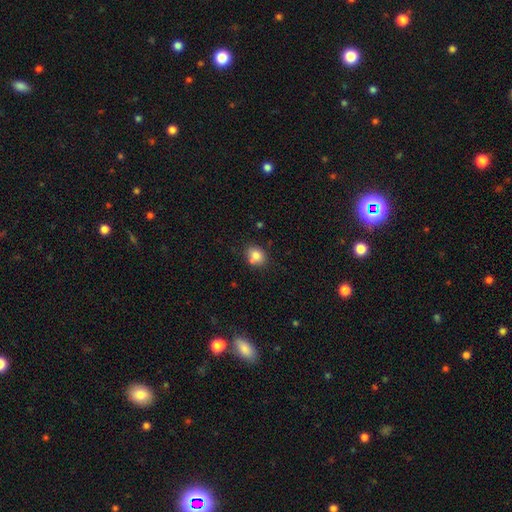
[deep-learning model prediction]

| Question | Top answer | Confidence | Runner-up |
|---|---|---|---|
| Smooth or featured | smooth | 81% | star or artifact (10%) |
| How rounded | round | 56% | in between (44%) |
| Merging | none | 69% | minor disturbance (15%) |